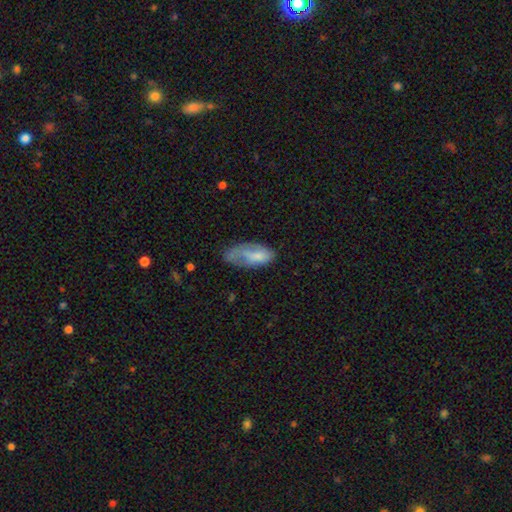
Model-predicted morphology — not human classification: Smooth or featured: smooth — 69% (featured or disk — 23%)
How rounded: in between — 88% (cigar-shaped — 9%)
Merging: none — 34% (tied with minor disturbance — 34%)